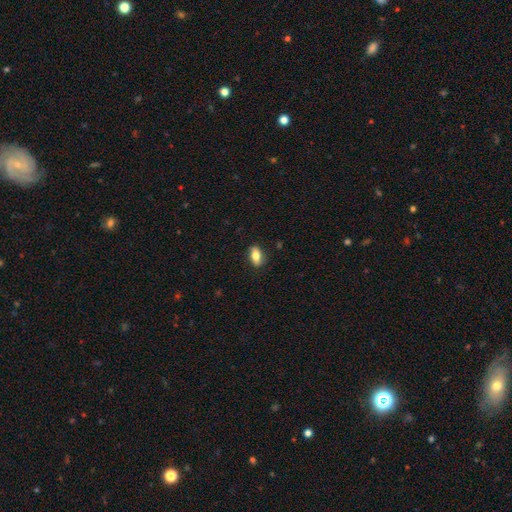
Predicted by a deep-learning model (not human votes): Overall: smooth (74%). How rounded: in between (84%). Merging: none (86%).